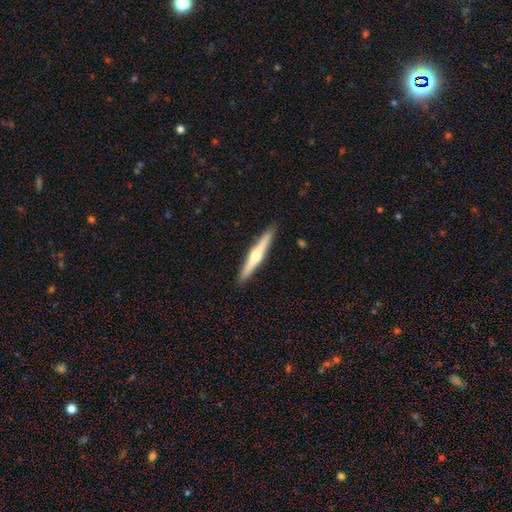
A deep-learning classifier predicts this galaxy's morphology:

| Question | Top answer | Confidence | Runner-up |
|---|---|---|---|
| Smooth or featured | featured or disk | 65% | smooth (30%) |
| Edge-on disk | yes | 98% | no (2%) |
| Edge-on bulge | rounded | 91% | none (6%) |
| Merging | none | 91% | minor disturbance (6%) |